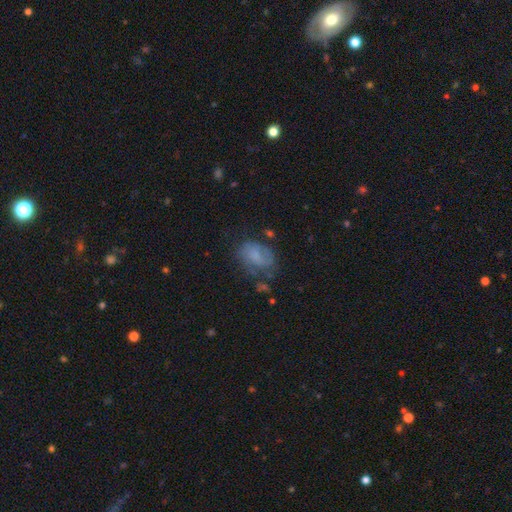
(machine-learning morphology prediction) Smooth or featured?
  - smooth: 47% *
  - featured or disk: 42%
  - star or artifact: 12%
Merging?
  - none: 49% *
  - minor disturbance: 27%
  - major disturbance: 19%
  - merger: 5%